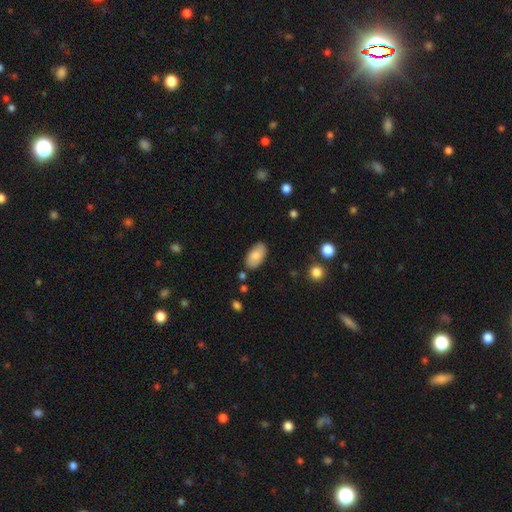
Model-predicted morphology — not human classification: This appears to be a smooth galaxy with no disk features (82%) that is in between round and cigar-shaped (95%). Merging: none (83%).